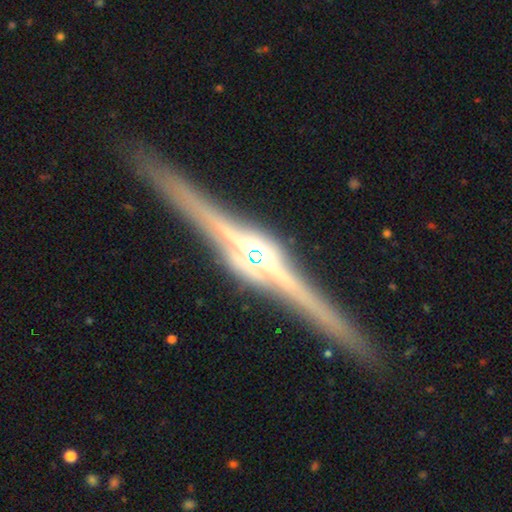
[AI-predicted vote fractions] This appears to be a featured or disk galaxy (90%) viewed edge-on (98%) with a rounded central bulge (80%). Merging: none (90%).